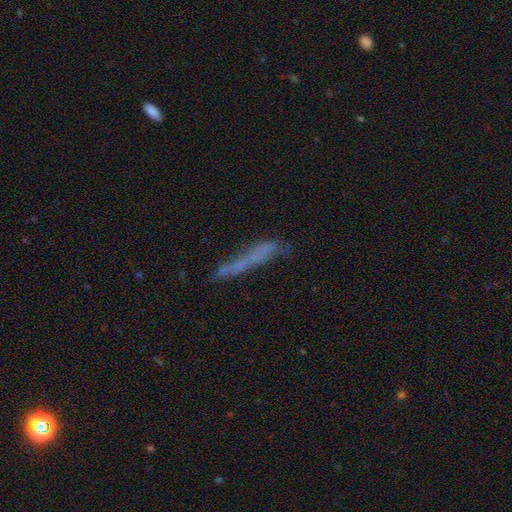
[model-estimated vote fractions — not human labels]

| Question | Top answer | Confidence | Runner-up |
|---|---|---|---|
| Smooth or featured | smooth | 49% | featured or disk (38%) |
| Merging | none | 55% | minor disturbance (24%) |